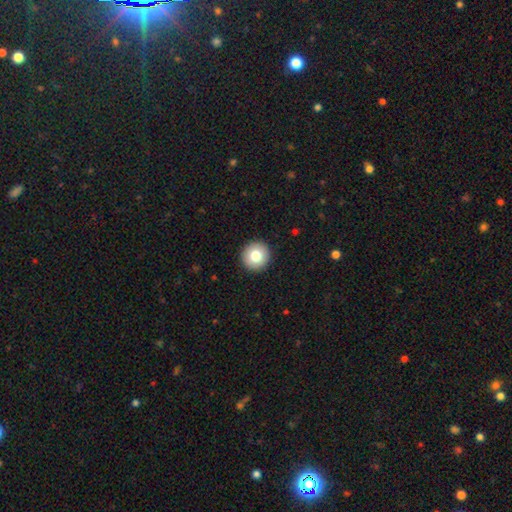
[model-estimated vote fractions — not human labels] This is likely a smooth galaxy (78%). How rounded: clearly round (95%). Merging: clearly none (93%).